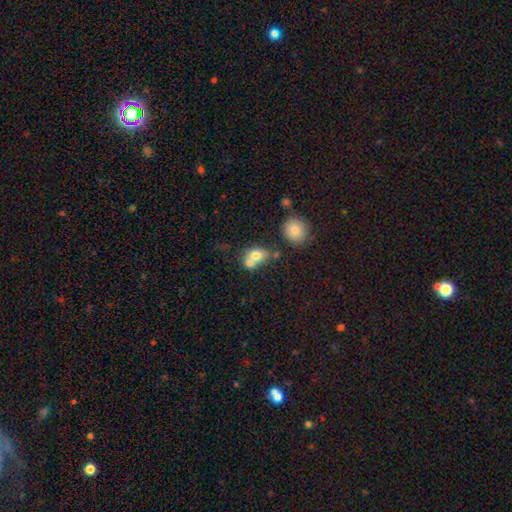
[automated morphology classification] smooth_or_featured: smooth (p=0.72) [alt: featured or disk p=0.18]
how_rounded: round (p=0.50) [alt: in between p=0.48]
merging: merger (p=0.57) [alt: none p=0.29]